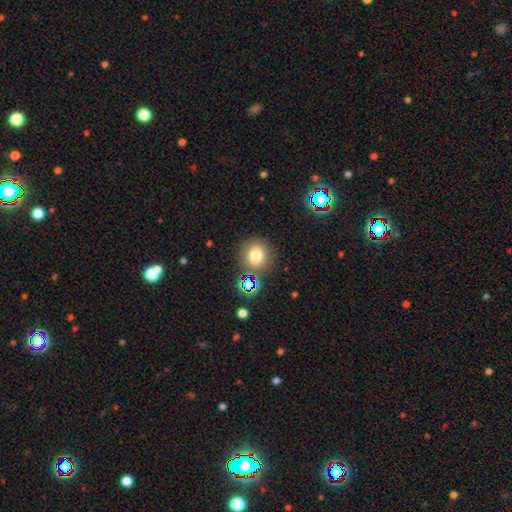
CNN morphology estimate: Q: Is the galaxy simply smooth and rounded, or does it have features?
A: smooth — 73%.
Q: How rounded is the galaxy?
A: round — 83%.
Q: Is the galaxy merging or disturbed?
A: none — 80%.